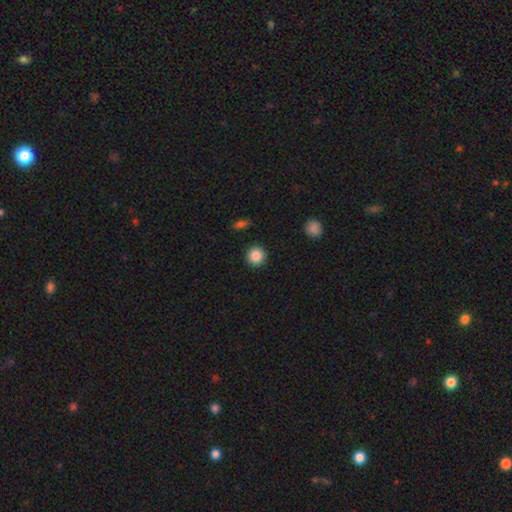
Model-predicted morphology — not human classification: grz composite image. It shows a smooth galaxy with no disk features (87%) that is round (94%). Merging: none (92%).